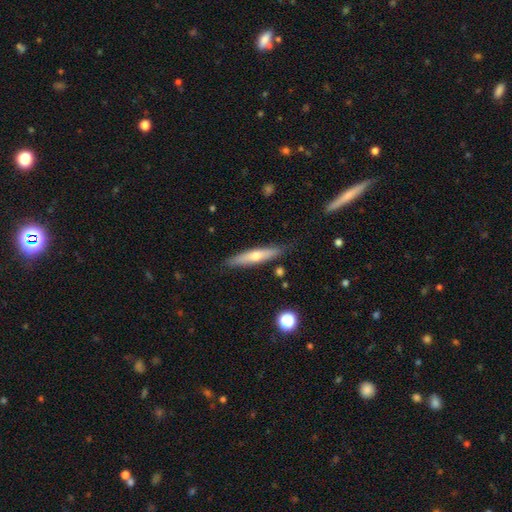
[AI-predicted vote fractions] The model was most divided on "smooth or featured": smooth: 50%, featured or disk: 44%, star or artifact: 6%. More confident: merging — none (85%).